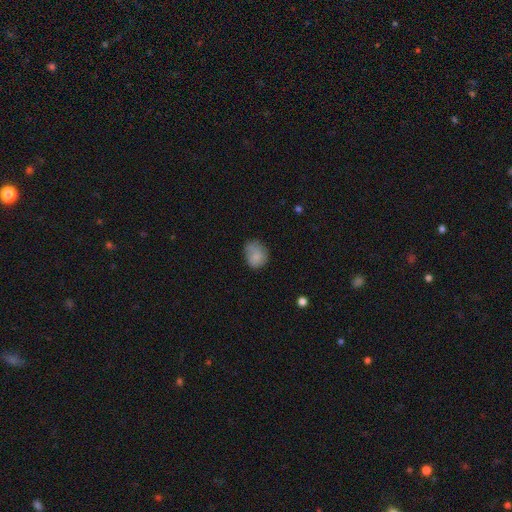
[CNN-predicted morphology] type=smooth (79%); roundness=round (57%); merging=none (58%).